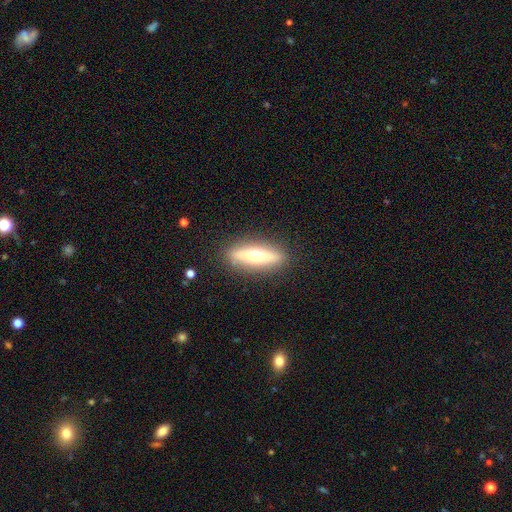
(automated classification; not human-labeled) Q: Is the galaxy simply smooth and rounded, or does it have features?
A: featured or disk — 53%.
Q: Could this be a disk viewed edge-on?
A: yes — 85%.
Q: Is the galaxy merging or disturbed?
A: none — 88%.